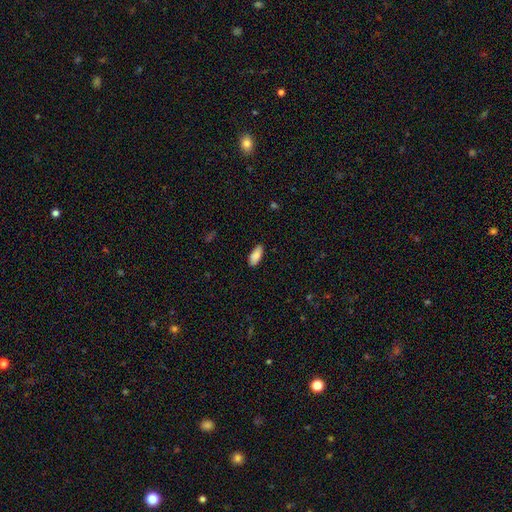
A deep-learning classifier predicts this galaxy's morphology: The model was most divided on "how rounded": in between: 85%, cigar-shaped: 14%, round: 2%. More confident: smooth or featured — smooth (88%); merging — none (84%).